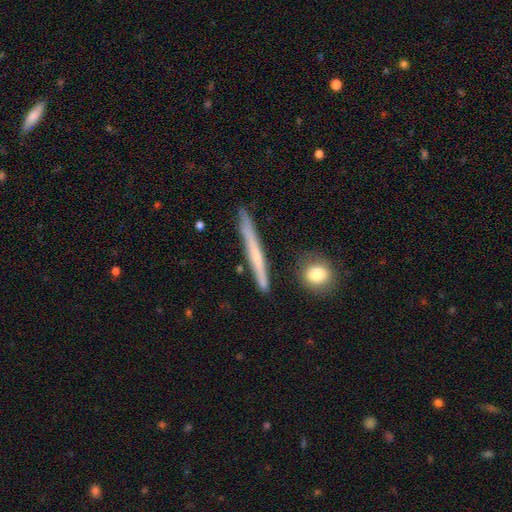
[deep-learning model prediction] The model was most divided on "smooth or featured": featured or disk: 49%, smooth: 44%, star or artifact: 7%. More confident: merging — none (85%).